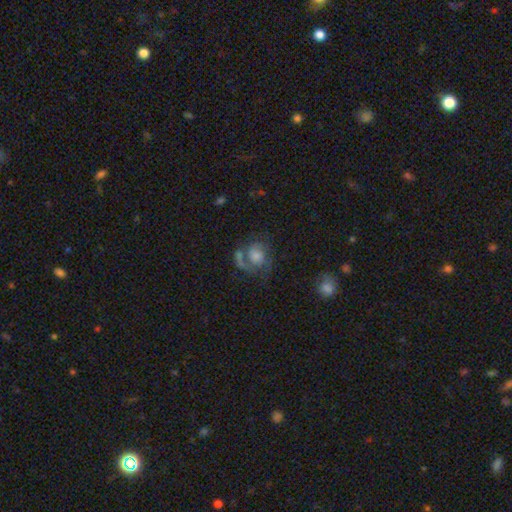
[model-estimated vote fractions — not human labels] This appears to be a featured or disk galaxy (65%) with no bar (71%), 2 (55%) medium (47%) spiral arms (86%) and a moderate central bulge (39%). Merging: none (45%).